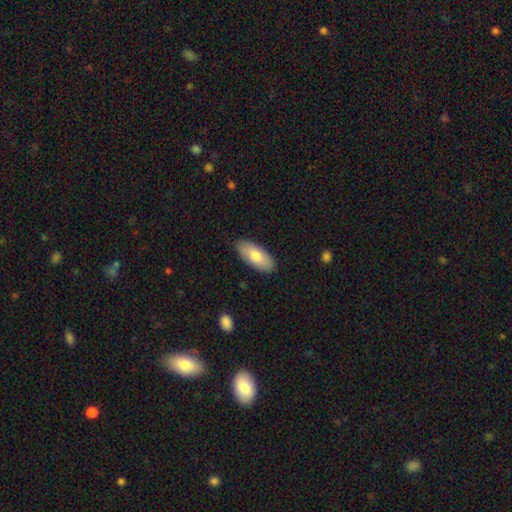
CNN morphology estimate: Smooth or featured? Predicted: smooth (p=0.77). How rounded? Predicted: in between (p=0.87). Merging? Predicted: none (p=0.87).